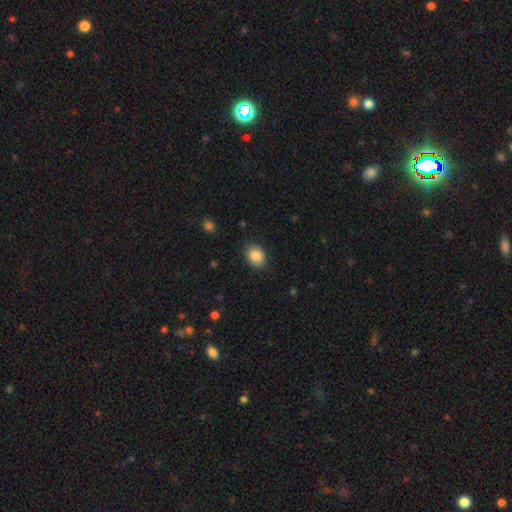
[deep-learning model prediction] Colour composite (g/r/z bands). It shows a smooth galaxy with no disk features (86%) that is in between round and cigar-shaped (55%). Merging: none (83%).